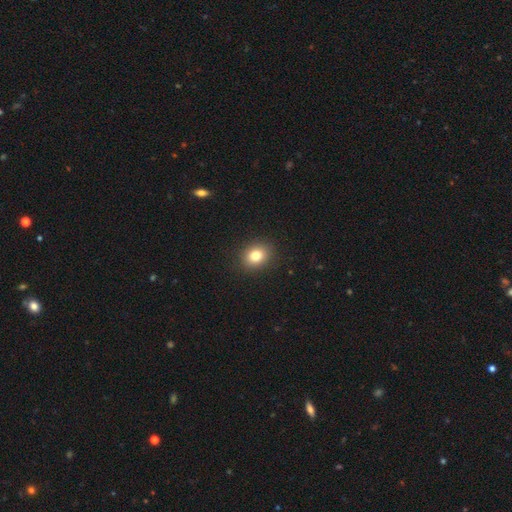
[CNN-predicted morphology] Smooth or featured? smooth (81%)
How rounded? round (54%)
Merging? none (89%)